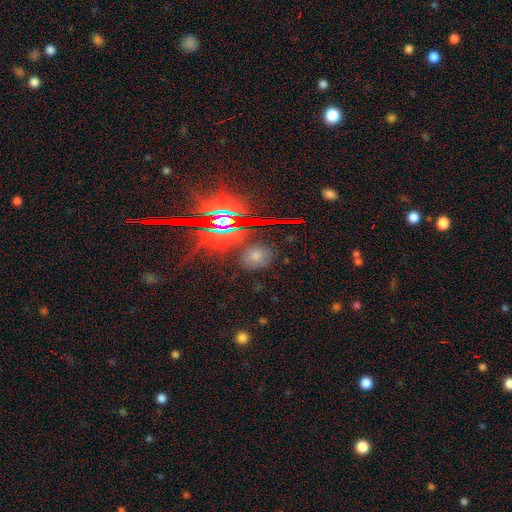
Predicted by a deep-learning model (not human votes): The model was most divided on "how rounded": round: 50%, in between: 48%, cigar-shaped: 2%. More confident: merging — none (79%); smooth or featured — smooth (59%).